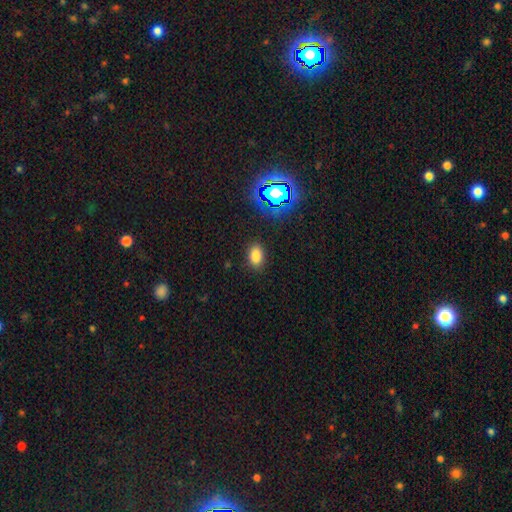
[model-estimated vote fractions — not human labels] Overall: smooth (79%). How rounded: in between (85%). Merging: none (87%).